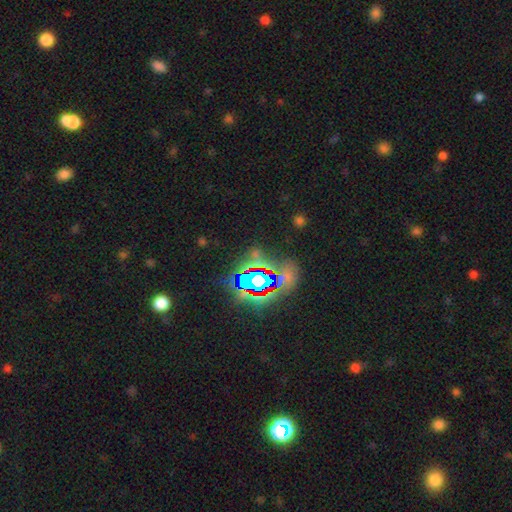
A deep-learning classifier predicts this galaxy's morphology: Overall: star or artifact (76%).